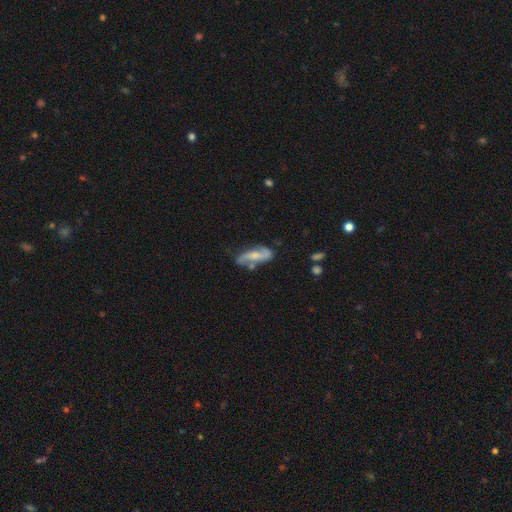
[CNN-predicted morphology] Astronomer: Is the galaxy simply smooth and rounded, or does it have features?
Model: featured or disk — 77%.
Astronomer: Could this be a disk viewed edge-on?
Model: no — 91%.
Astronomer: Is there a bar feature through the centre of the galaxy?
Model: no — 42% (runner-up: weak, 36%).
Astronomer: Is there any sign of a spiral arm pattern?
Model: yes — 93%.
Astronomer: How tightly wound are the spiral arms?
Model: loose — 61%.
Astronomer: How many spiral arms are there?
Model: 2 — 91%.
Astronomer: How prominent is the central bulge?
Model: small — 45% (runner-up: moderate, 43%).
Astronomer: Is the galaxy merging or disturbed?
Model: none — 64%.